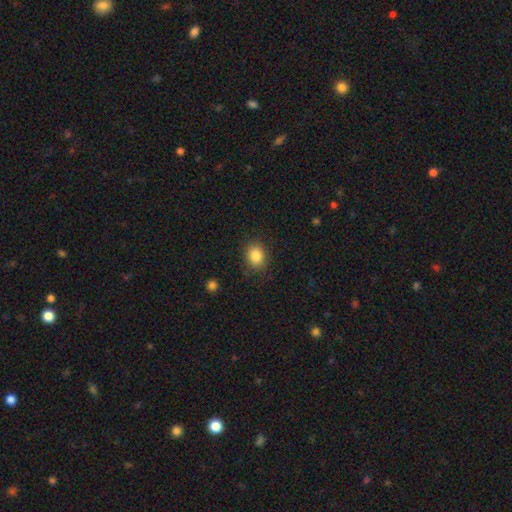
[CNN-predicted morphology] A smooth galaxy with no disk features (85%) that is round (56%). Merging: none (84%).